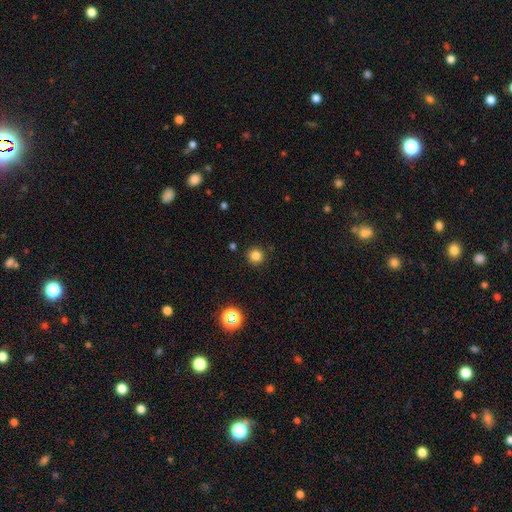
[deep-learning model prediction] Smooth or featured? smooth (82%)
How rounded? round (95%)
Merging? none (90%)